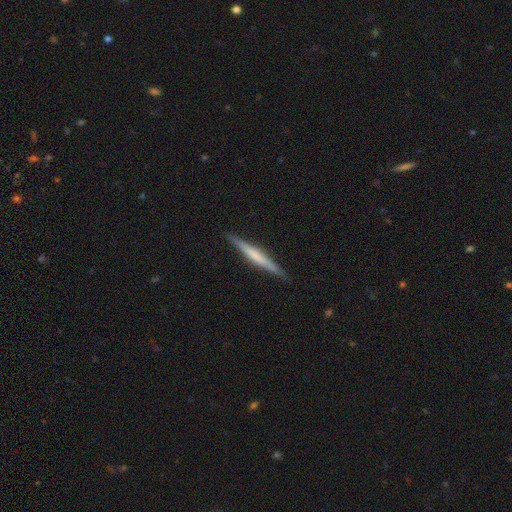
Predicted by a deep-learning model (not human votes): featured or disk 56%, smooth 39%, star or artifact 5%. Down the decision tree: edge-on disk — yes (98%); edge-on bulge — none (54%); merging — none (91%).